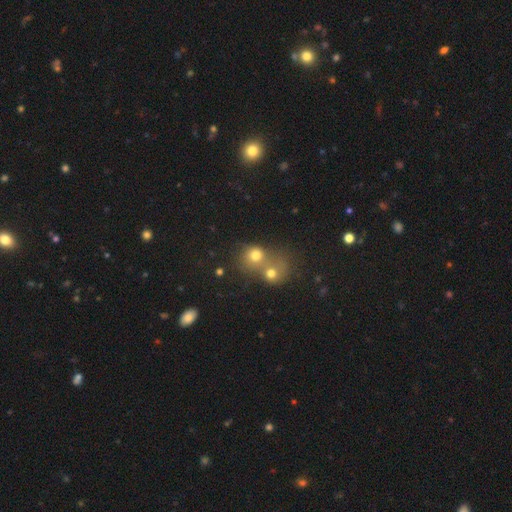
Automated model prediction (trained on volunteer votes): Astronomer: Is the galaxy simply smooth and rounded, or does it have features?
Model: smooth — 71%.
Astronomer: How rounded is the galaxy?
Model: round — 77%.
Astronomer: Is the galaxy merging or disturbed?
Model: merger — 63%.